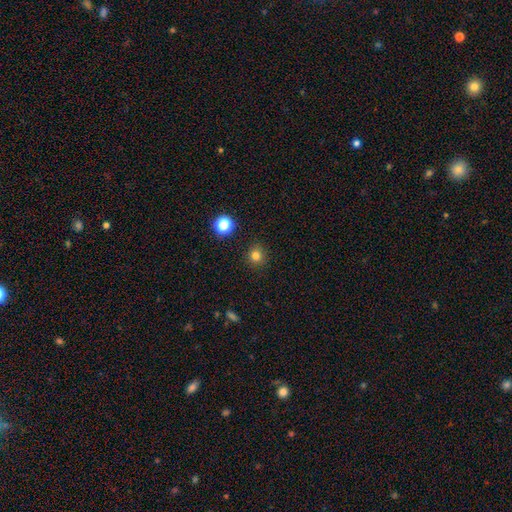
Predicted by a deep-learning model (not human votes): Smooth or featured?
  - smooth: 78% *
  - star or artifact: 16%
  - featured or disk: 6%
How rounded?
  - round: 91% *
  - in between: 8%
  - cigar-shaped: 1%
Merging?
  - none: 90% *
  - minor disturbance: 6%
  - major disturbance: 2%
  - merger: 2%